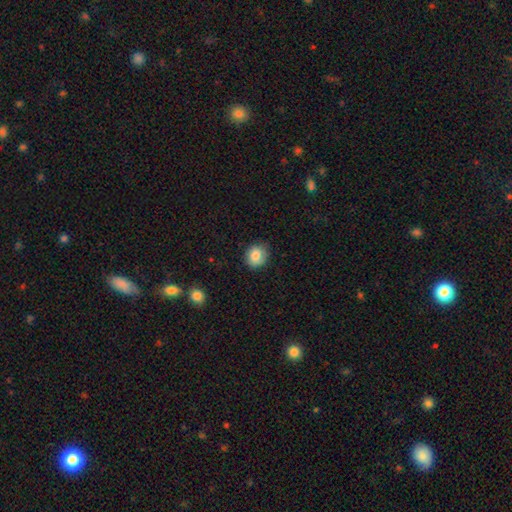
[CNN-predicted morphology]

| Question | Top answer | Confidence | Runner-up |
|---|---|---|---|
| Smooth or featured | smooth | 82% | featured or disk (9%) |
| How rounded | round | 72% | in between (27%) |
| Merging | none | 80% | minor disturbance (16%) |